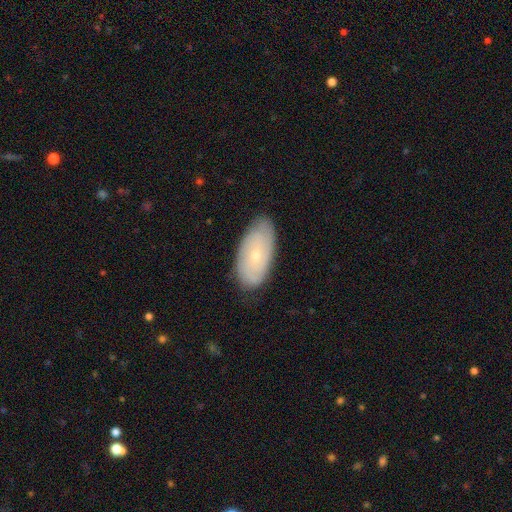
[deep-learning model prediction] A featured or disk galaxy (52%).

Vote fractions:
- Smooth or featured? featured or disk: 52% / smooth: 41% / star or artifact: 7%
- Edge-on disk? no: 90% / yes: 10%
- Merging? none: 80% / minor disturbance: 16% / major disturbance: 3% / merger: 1%